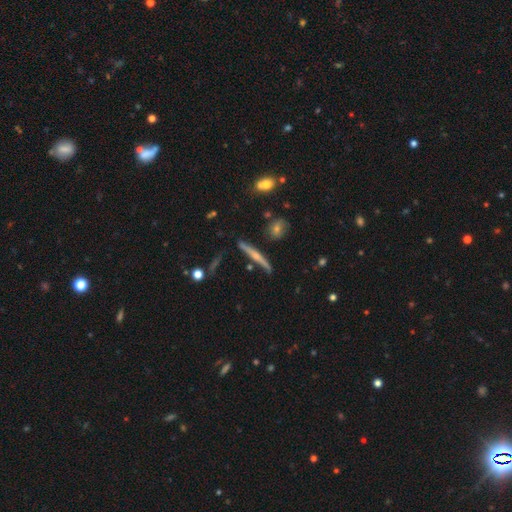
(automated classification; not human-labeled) smooth-or-featured: featured or disk: 65% | smooth: 28% | star or artifact: 8%
  disk-edge-on: yes: 97% | no: 3%
    edge-on-bulge: rounded: 65% | none: 27% | boxy: 8%
  merging: none: 82% | minor disturbance: 12% | merger: 3% | major disturbance: 3%